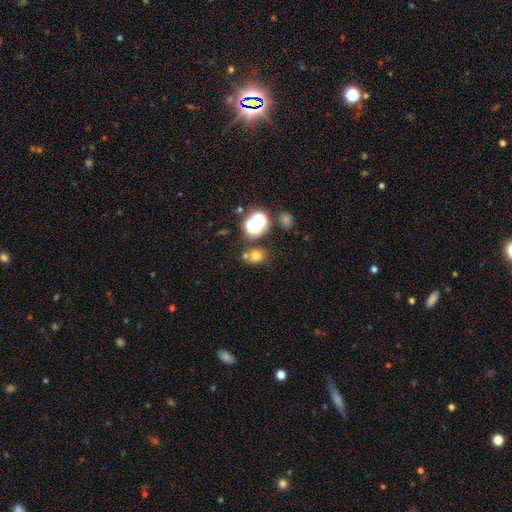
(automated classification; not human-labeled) smooth-or-featured: smooth: 67% | star or artifact: 23% | featured or disk: 10%
  how-rounded: round: 61% | in between: 38% | cigar-shaped: 1%
  merging: none: 63% | merger: 21% | minor disturbance: 11% | major disturbance: 5%